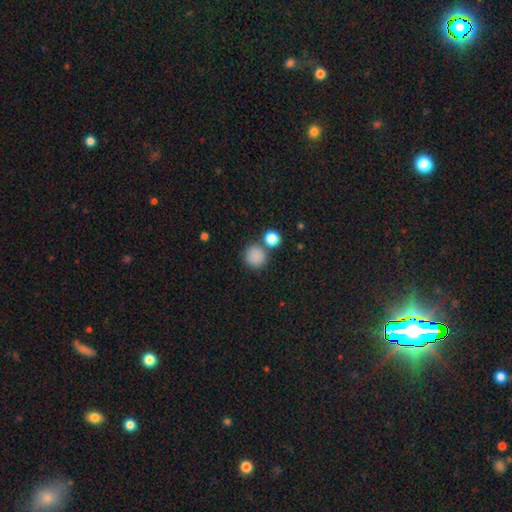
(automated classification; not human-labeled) Overall: smooth (85%). How rounded: round (91%). Merging: none (73%).